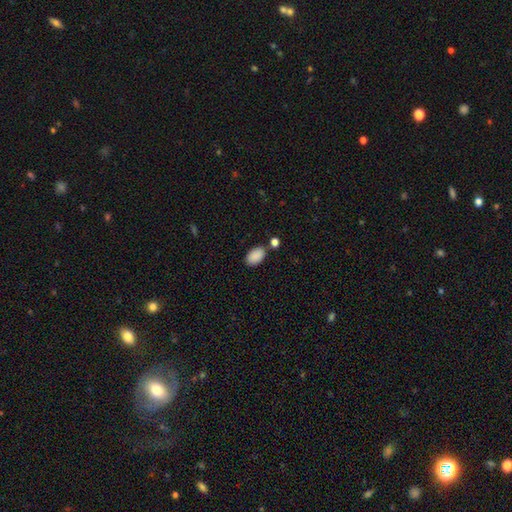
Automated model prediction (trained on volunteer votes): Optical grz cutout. It shows a smooth galaxy with no disk features (89%) that is in between round and cigar-shaped (93%). Merging: none (77%).